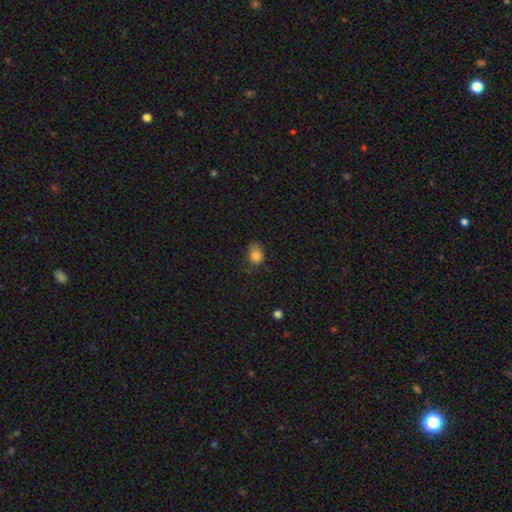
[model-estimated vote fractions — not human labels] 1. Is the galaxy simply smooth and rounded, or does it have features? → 83% smooth, 11% star or artifact, 6% featured or disk.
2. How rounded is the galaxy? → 68% in between, 31% round, 1% cigar-shaped.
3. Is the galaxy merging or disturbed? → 55% none, 33% minor disturbance, 10% major disturbance, 2% merger.